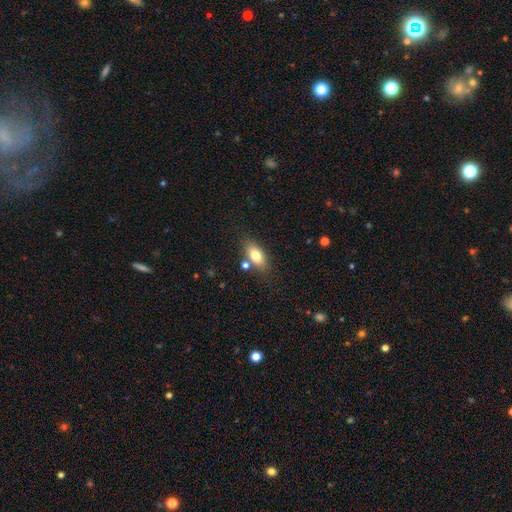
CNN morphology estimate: Overall: smooth (76%). How rounded: in between (84%). Merging: none (73%).